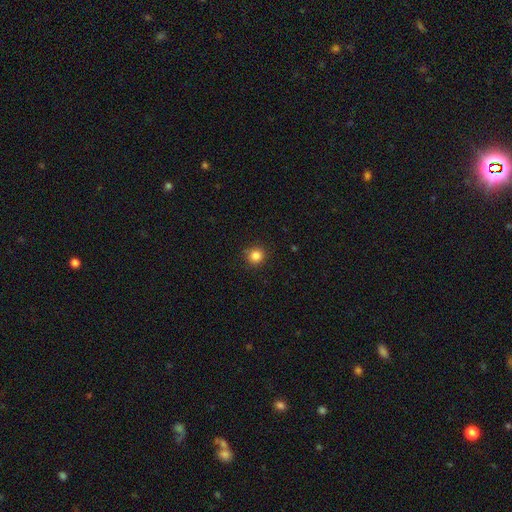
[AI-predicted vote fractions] Overall: smooth (84%). How rounded: round (93%). Merging: none (89%).